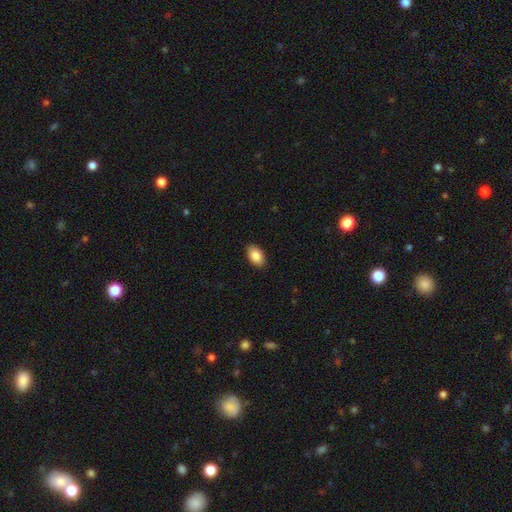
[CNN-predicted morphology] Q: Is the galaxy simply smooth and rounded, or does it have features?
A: smooth — 87%.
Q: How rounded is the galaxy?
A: in between — 92%.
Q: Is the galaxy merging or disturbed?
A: none — 89%.